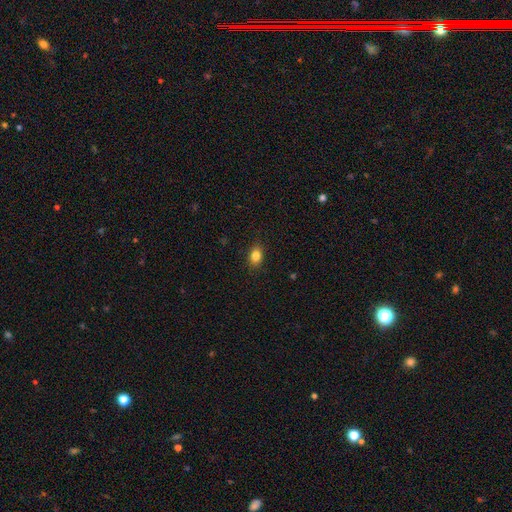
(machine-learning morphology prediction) Overall: smooth (84%). How rounded: in between (72%). Merging: none (88%).